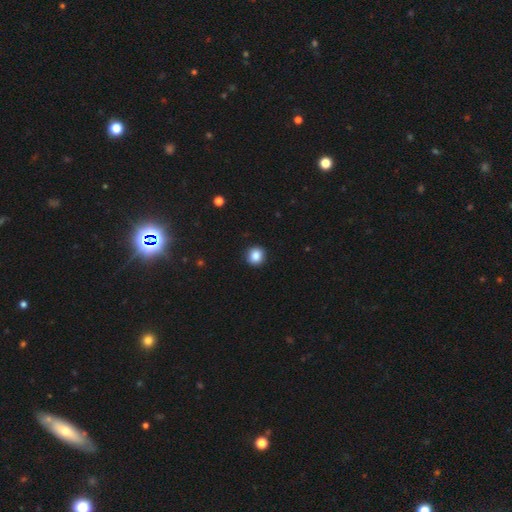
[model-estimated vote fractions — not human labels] A smooth galaxy with no disk features (87%) that is round (90%). Merging: none (91%).